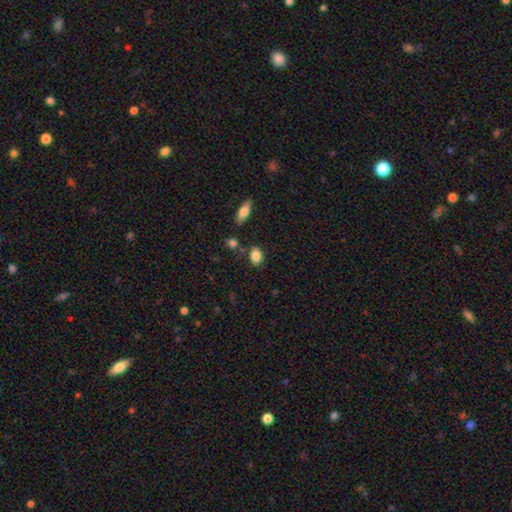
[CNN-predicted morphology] Overall: smooth (86%). How rounded: in between (75%). Merging: none (77%).